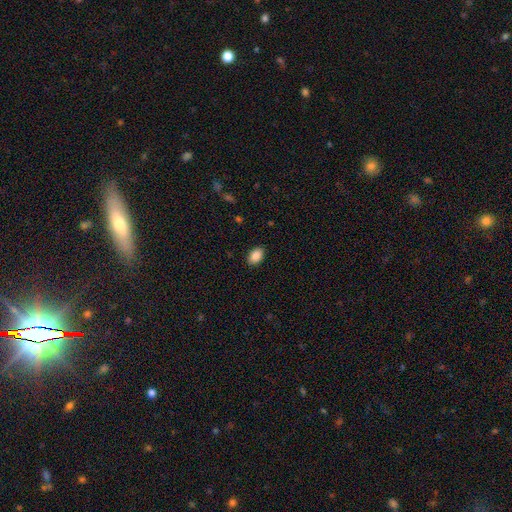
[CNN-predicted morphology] Smooth or featured: smooth — 88% (star or artifact — 8%)
How rounded: in between — 88% (round — 11%)
Merging: none — 89% (minor disturbance — 8%)